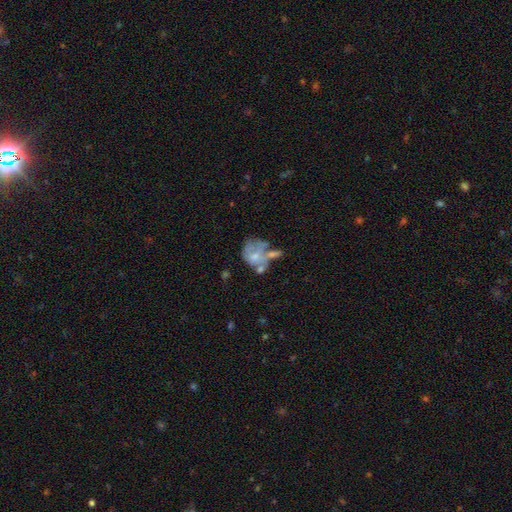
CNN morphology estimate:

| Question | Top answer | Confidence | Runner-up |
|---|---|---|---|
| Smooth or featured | featured or disk | 47% | smooth (44%) |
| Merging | merger | 32% | major disturbance (25%) |